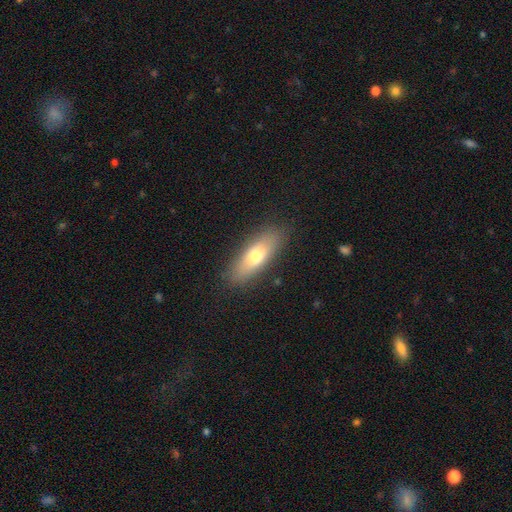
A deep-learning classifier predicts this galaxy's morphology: Smooth or featured?
  - smooth: 69% *
  - featured or disk: 24%
  - star or artifact: 7%
How rounded?
  - in between: 58% *
  - cigar-shaped: 39%
  - round: 3%
Merging?
  - none: 86% *
  - minor disturbance: 10%
  - major disturbance: 3%
  - merger: 1%